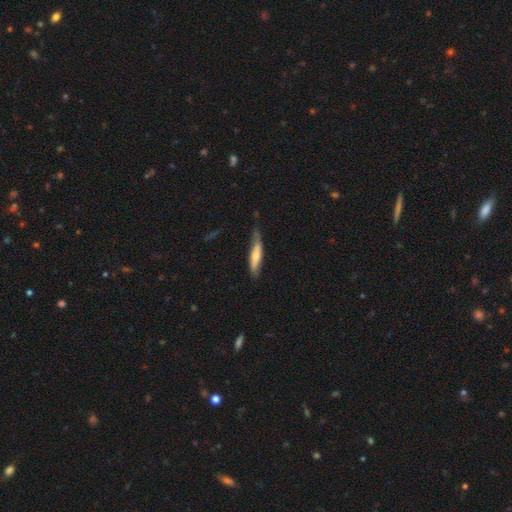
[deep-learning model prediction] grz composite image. It shows a smooth galaxy with no disk features (56%) that is cigar-shaped (84%). Merging: none (60%).